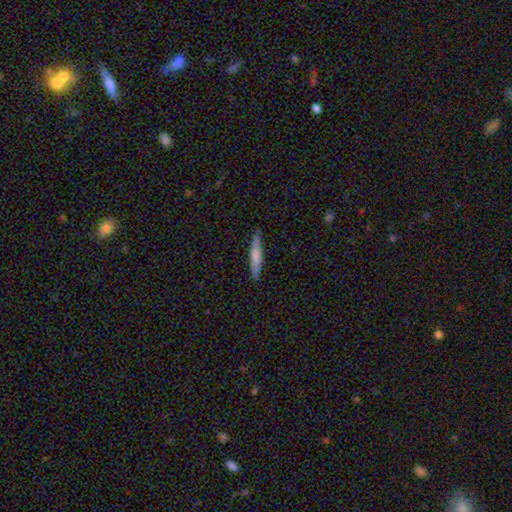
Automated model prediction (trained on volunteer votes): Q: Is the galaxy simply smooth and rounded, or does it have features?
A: smooth — 71%.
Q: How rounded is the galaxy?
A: cigar-shaped — 94%.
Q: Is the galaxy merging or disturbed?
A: none — 87%.